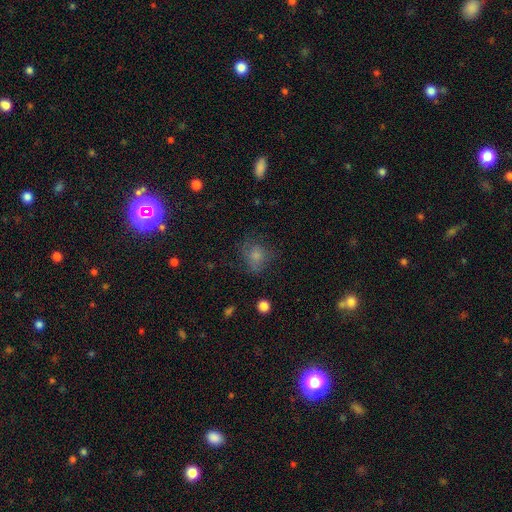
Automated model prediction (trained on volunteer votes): smooth_or_featured: smooth (p=0.71) [alt: featured or disk p=0.15]
how_rounded: round (p=0.71) [alt: in between p=0.28]
merging: none (p=0.59) [alt: minor disturbance p=0.22]